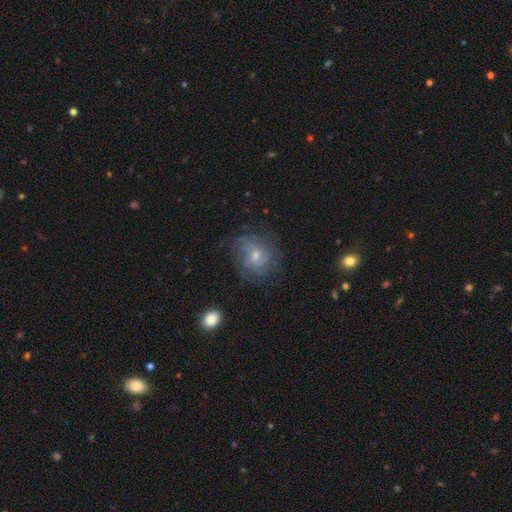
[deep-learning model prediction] Smooth or featured? featured or disk (51%)
Edge-on disk? no (96%)
Merging? none (67%)